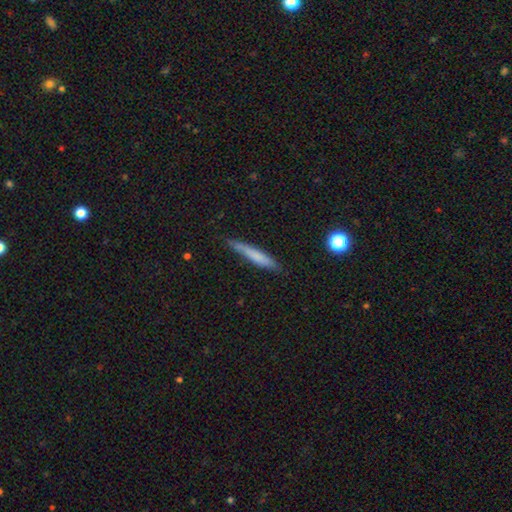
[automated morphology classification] This appears to be a smooth galaxy with no disk features (66%) that is cigar-shaped (94%). Merging: none (79%).